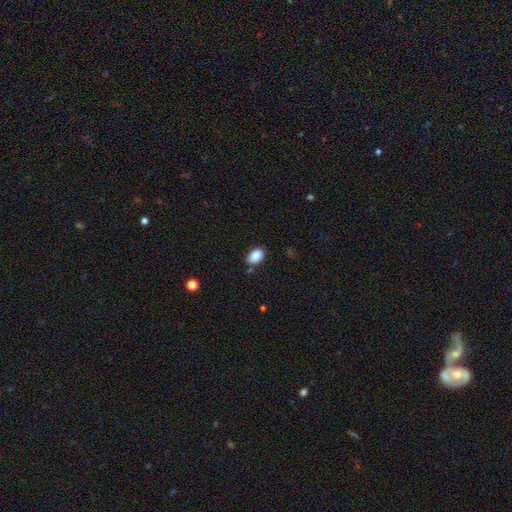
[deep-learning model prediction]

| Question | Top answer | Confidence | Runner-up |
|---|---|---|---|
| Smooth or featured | smooth | 89% | star or artifact (8%) |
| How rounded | in between | 88% | round (11%) |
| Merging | none | 81% | minor disturbance (14%) |